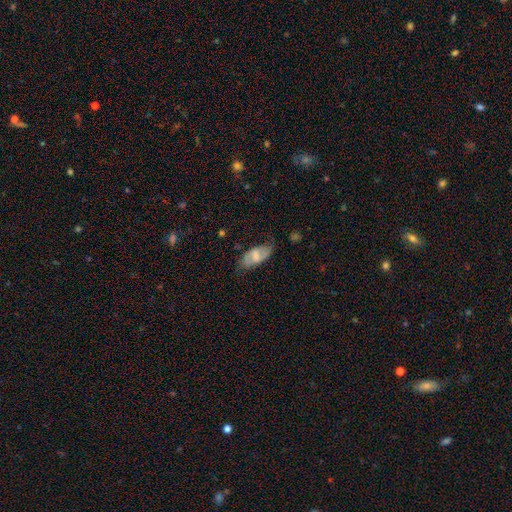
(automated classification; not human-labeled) The model was most divided on "smooth or featured": smooth: 50%, featured or disk: 43%, star or artifact: 7%. More confident: merging — none (63%).